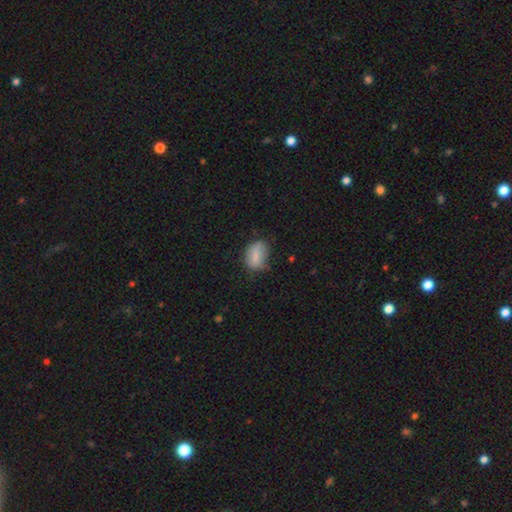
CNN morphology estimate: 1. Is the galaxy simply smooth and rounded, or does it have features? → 78% smooth, 14% featured or disk, 8% star or artifact.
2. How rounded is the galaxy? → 83% in between, 14% round, 3% cigar-shaped.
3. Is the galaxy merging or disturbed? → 65% none, 26% minor disturbance, 7% major disturbance, 2% merger.